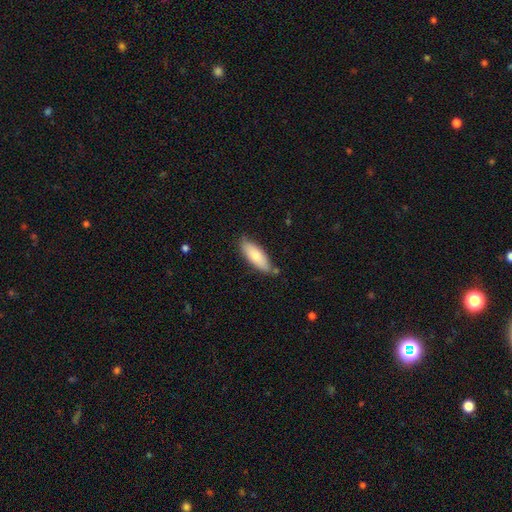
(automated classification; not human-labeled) This appears to be a smooth galaxy with no disk features (75%) that is in between round and cigar-shaped (68%). Merging: none (74%).